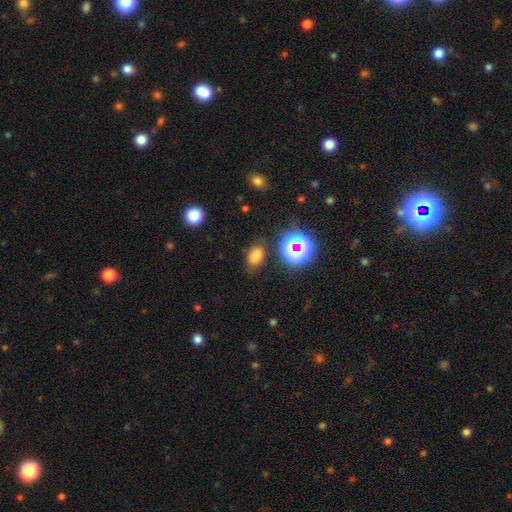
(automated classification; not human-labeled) A smooth galaxy with no disk features (72%) that is in between round and cigar-shaped (80%).

Vote fractions:
- Smooth or featured? smooth: 72% / star or artifact: 22% / featured or disk: 6%
- How rounded? in between: 80% / round: 19% / cigar-shaped: 2%
- Merging? none: 78% / minor disturbance: 14% / major disturbance: 5% / merger: 3%